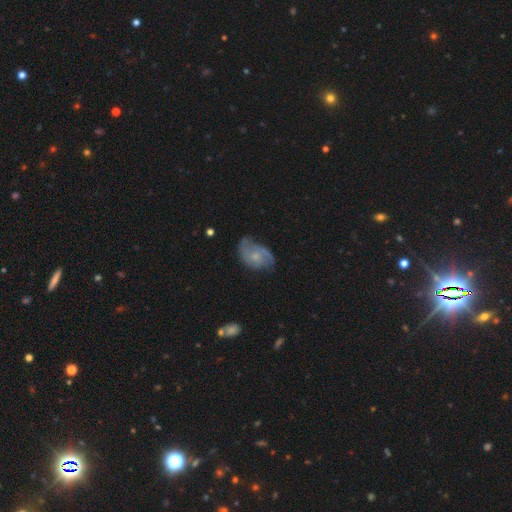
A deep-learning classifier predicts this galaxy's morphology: Overall: featured or disk (70%). Edge-on disk: no (97%). Bar: no (72%). Spiral arms: yes (89%). Spiral arm count: 2 (70%). Spiral winding: medium (44%; loose 34%). Bulge size: small (63%; moderate 27%). Merging: none (54%; minor disturbance 30%).